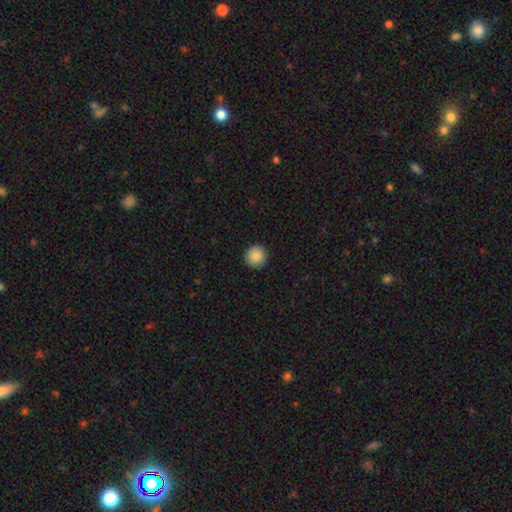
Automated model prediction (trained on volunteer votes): This appears to be a smooth galaxy with no disk features (88%) that is round (95%). Merging: none (93%).